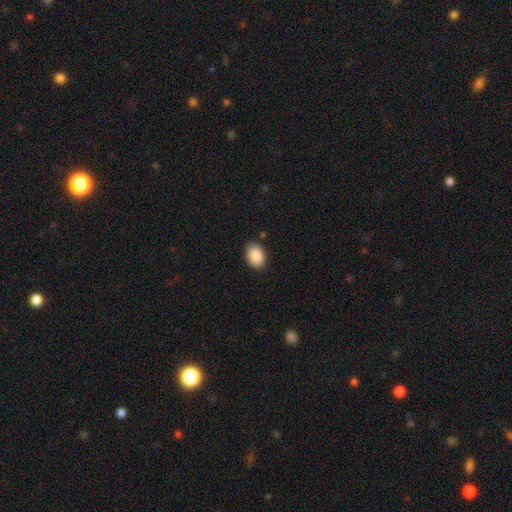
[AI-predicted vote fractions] Overall: smooth (90%). How rounded: in between (85%). Merging: none (87%).